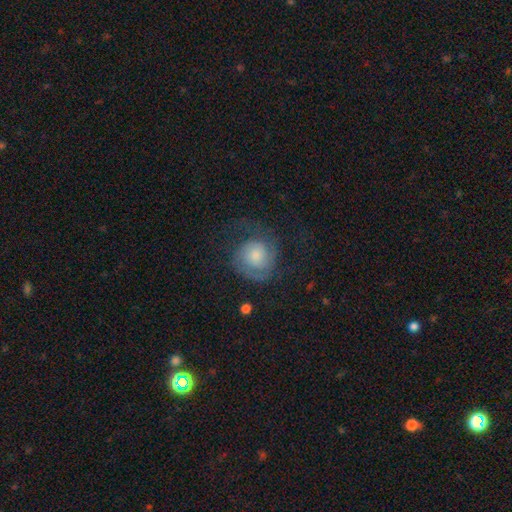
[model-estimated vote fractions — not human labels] featured or disk 56%, smooth 35%, star or artifact 9%. Down the decision tree: edge-on disk — no (97%); bar — no (77%); spiral arms — yes (86%); bulge size — moderate (37%); merging — none (54%).